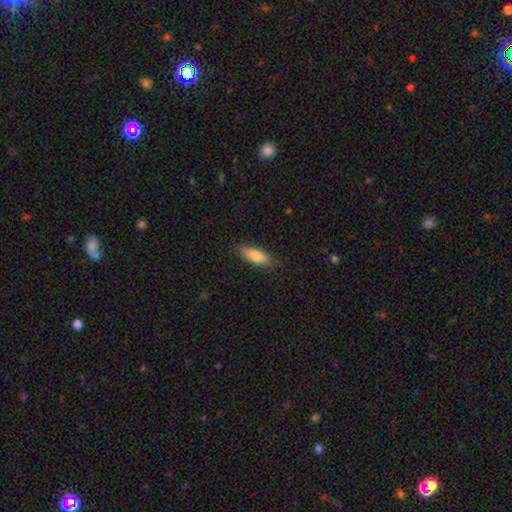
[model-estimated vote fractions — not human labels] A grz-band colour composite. It shows a smooth galaxy with no disk features (79%) that is in between round and cigar-shaped (66%). Merging: none (85%).